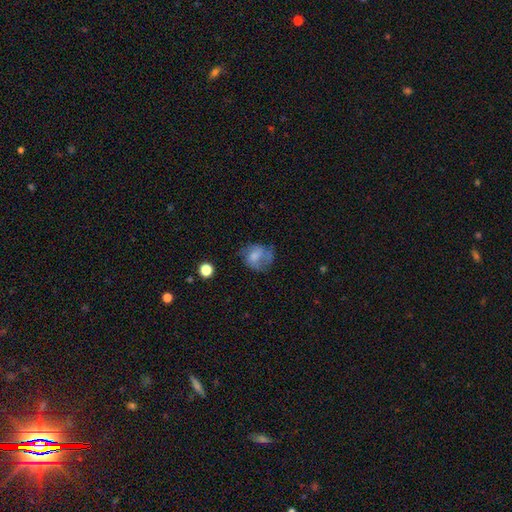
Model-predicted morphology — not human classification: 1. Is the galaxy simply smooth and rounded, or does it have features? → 59% smooth, 31% featured or disk, 10% star or artifact.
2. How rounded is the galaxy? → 59% round, 40% in between, 1% cigar-shaped.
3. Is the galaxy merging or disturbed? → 46% none, 28% minor disturbance, 23% major disturbance, 3% merger.